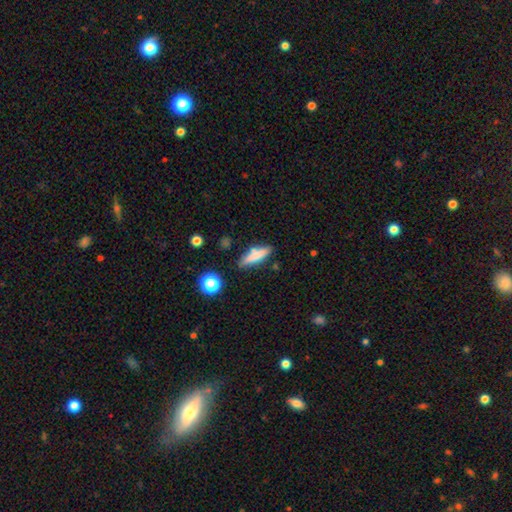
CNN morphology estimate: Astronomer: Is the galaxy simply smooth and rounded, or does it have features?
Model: smooth — 73%.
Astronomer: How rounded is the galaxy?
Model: cigar-shaped — 72%.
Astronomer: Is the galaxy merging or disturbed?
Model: none — 76%.